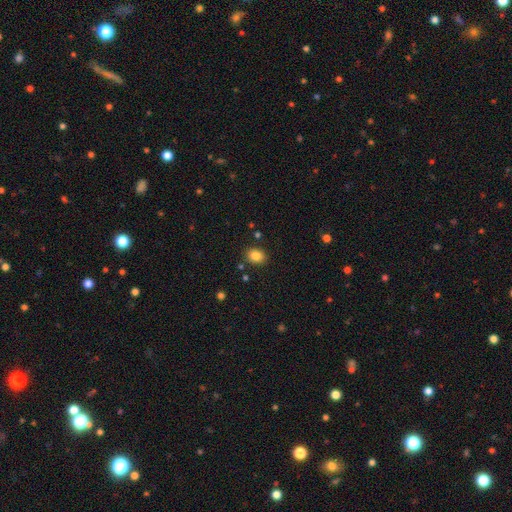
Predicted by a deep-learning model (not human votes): A smooth galaxy with no disk features (84%) that is in between round and cigar-shaped (56%).

Vote fractions:
- Smooth or featured? smooth: 84% / star or artifact: 10% / featured or disk: 6%
- How rounded? in between: 56% / round: 43% / cigar-shaped: 1%
- Merging? none: 86% / minor disturbance: 9% / merger: 3% / major disturbance: 3%